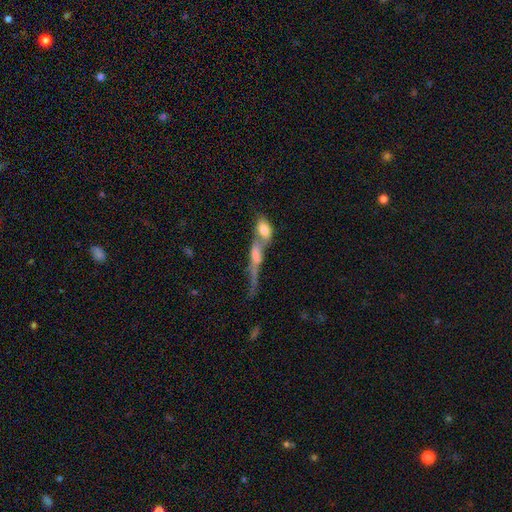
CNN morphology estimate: This is possibly a smooth galaxy (51%). How rounded: possibly cigar-shaped (47%). Merging: likely merger (67%).